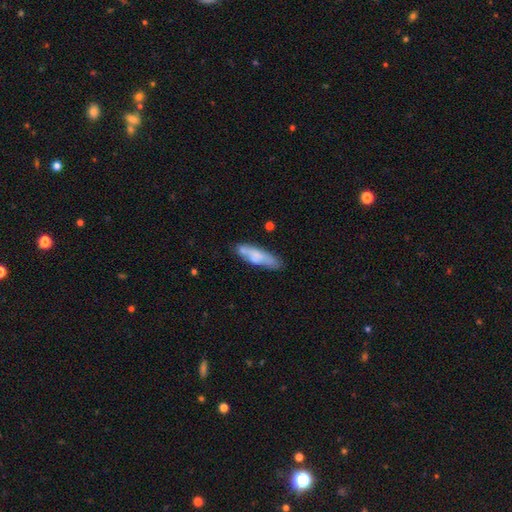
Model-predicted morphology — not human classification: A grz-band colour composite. It shows a smooth galaxy with no disk features (67%) that is cigar-shaped (62%). Merging: none (65%).